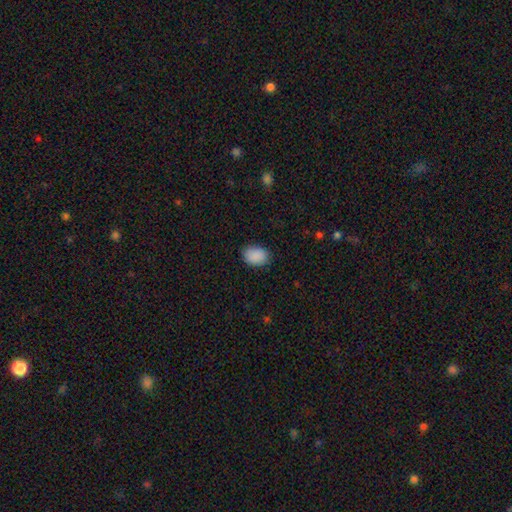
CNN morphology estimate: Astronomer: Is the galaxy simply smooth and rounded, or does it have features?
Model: smooth — 89%.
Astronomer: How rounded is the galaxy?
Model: in between — 72%.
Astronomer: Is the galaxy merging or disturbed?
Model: none — 83%.